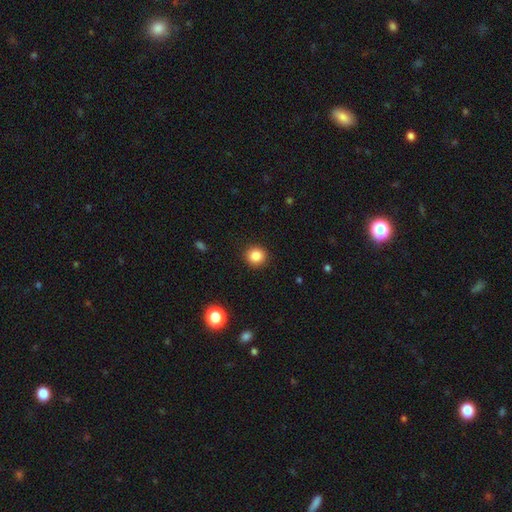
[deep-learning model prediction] Smooth or featured: smooth — 86% (star or artifact — 10%)
How rounded: round — 90% (in between — 9%)
Merging: none — 91% (minor disturbance — 6%)